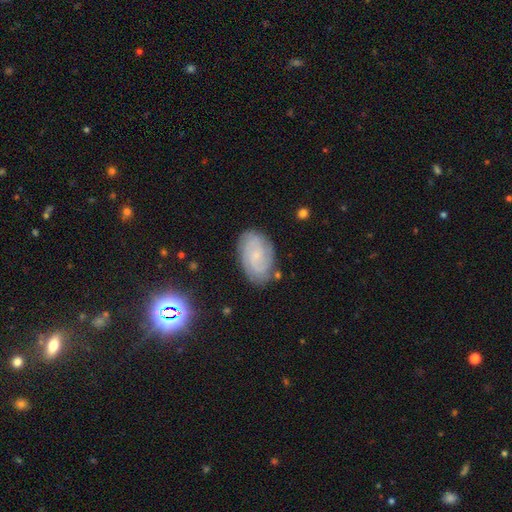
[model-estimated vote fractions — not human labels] smooth-or-featured: featured or disk: 69% | smooth: 22% | star or artifact: 9%
  disk-edge-on: no: 97% | yes: 3%
    bar: no: 61% | weak: 33% | strong: 5%
    has-spiral-arms: yes: 93% | no: 7%
      spiral-winding: tight: 58% | medium: 33% | loose: 9%
      spiral-arm-count: 2: 37% | can't tell: 31% | 3: 18% | 4: 7% | 1: 4% | more than 4: 4%
    bulge-size: small: 75% | moderate: 12% | none: 11% | large: 1% | dominant: 1%
  merging: none: 79% | minor disturbance: 15% | major disturbance: 4% | merger: 2%